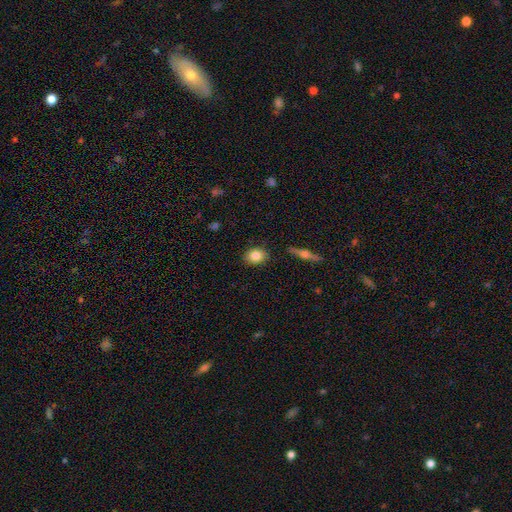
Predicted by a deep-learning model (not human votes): This appears to be a smooth galaxy with no disk features (82%) that is in between round and cigar-shaped (58%). Merging: none (87%).